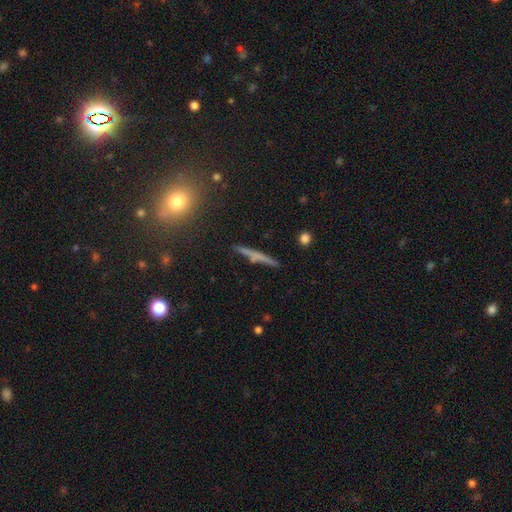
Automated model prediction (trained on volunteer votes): A featured or disk galaxy (46%).

Vote fractions:
- Smooth or featured? featured or disk: 46% / smooth: 44% / star or artifact: 10%
- Merging? none: 85% / minor disturbance: 9% / merger: 3% / major disturbance: 2%